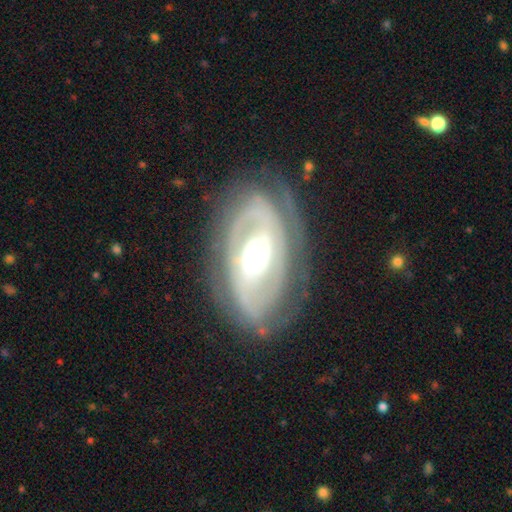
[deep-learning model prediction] Smooth or featured: featured or disk — 85% (smooth — 10%)
Edge-on disk: no — 95% (yes — 5%)
Bar: no — 52% (weak — 30%)
Spiral arms: yes — 87% (no — 13%)
Spiral winding: tight — 65% (medium — 27%)
Spiral arm count: 2 — 51% (can't tell — 27%)
Bulge size: moderate — 62% (small — 30%)
Merging: none — 76% (minor disturbance — 16%)